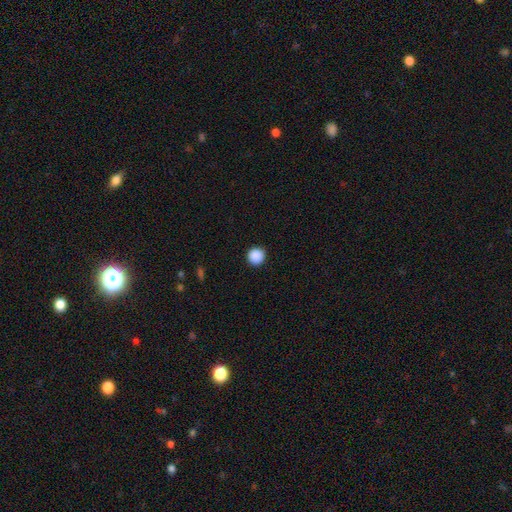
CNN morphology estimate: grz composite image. It shows a smooth galaxy with no disk features (89%) that is round (96%). Merging: none (93%).